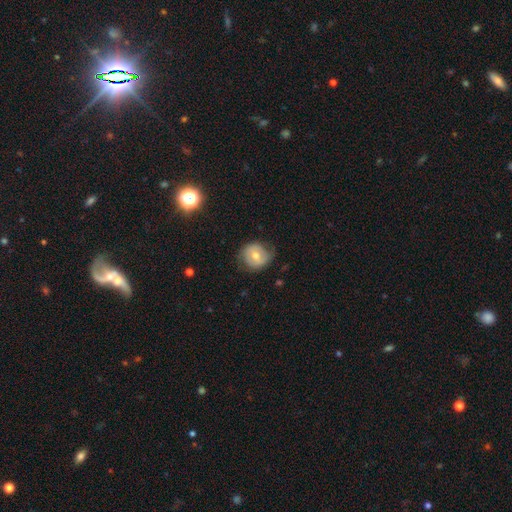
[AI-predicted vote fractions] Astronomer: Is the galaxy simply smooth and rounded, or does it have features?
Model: smooth — 58% (runner-up: featured or disk, 34%).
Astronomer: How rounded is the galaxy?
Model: round — 81%.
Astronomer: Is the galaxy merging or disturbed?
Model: none — 70%.